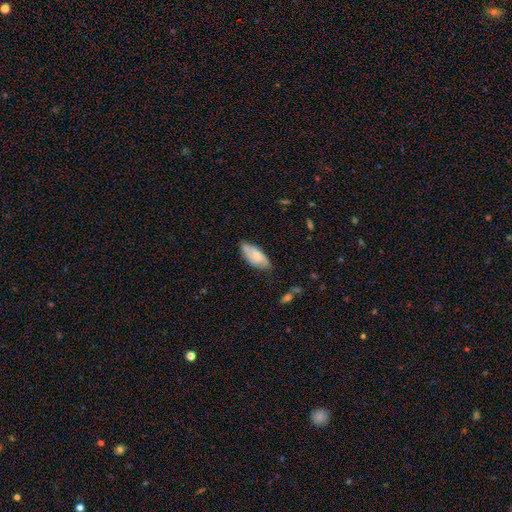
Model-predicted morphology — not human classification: Smooth or featured? smooth (59%)
How rounded? in between (86%)
Merging? none (62%)